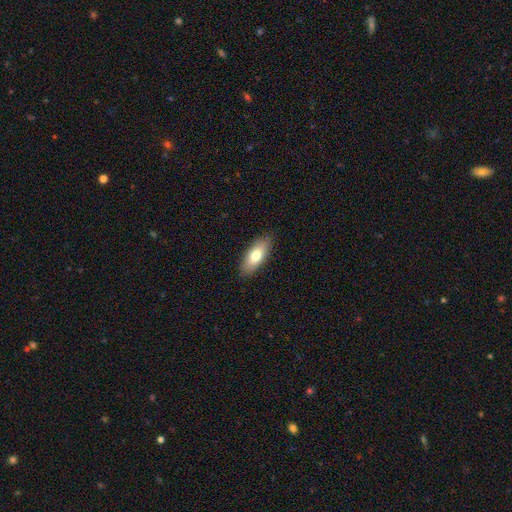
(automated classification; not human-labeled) The model was most divided on "smooth or featured": smooth: 74%, featured or disk: 19%, star or artifact: 6%. More confident: merging — none (88%); how rounded — in between (79%).